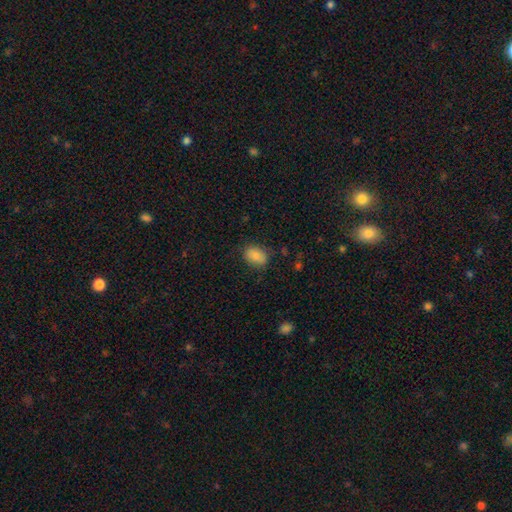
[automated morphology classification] Overall: smooth (84%). How rounded: in between (77%). Merging: none (75%).